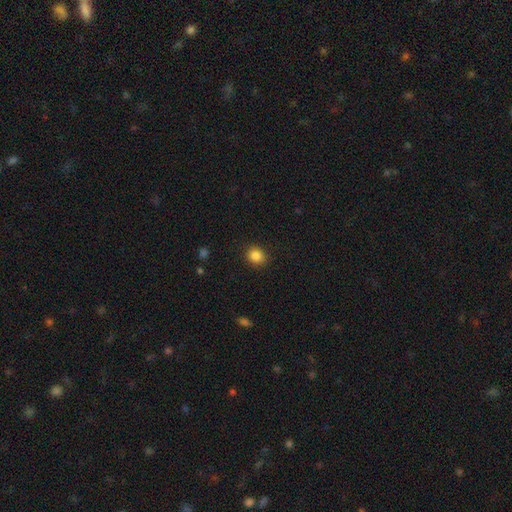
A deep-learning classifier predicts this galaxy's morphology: Smooth or featured: smooth — 86% (star or artifact — 10%)
How rounded: round — 73% (in between — 26%)
Merging: none — 89% (minor disturbance — 8%)